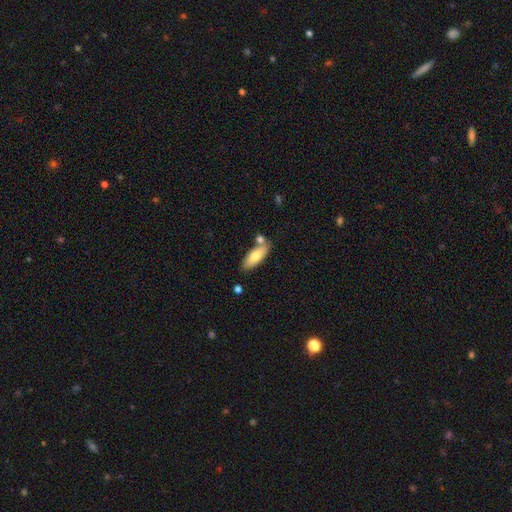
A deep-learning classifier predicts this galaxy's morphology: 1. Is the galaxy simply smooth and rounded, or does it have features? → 72% smooth, 22% featured or disk, 6% star or artifact.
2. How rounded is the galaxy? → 68% in between, 29% cigar-shaped, 2% round.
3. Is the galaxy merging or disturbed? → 69% none, 14% merger, 14% minor disturbance, 3% major disturbance.